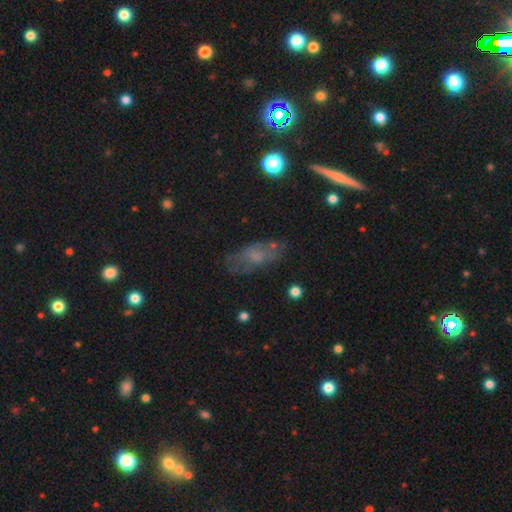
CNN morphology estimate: A smooth galaxy with no disk features (49%). Merging: none (61%).